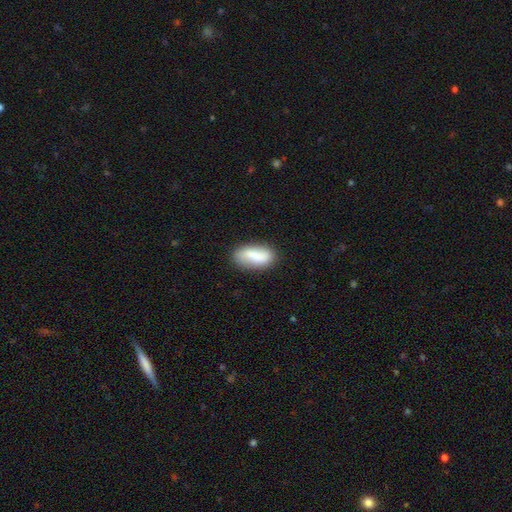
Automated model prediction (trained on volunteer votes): A smooth galaxy with no disk features (77%) that is in between round and cigar-shaped (87%).

Vote fractions:
- Smooth or featured? smooth: 77% / featured or disk: 16% / star or artifact: 7%
- How rounded? in between: 87% / cigar-shaped: 9% / round: 3%
- Merging? none: 77% / minor disturbance: 16% / major disturbance: 4% / merger: 3%